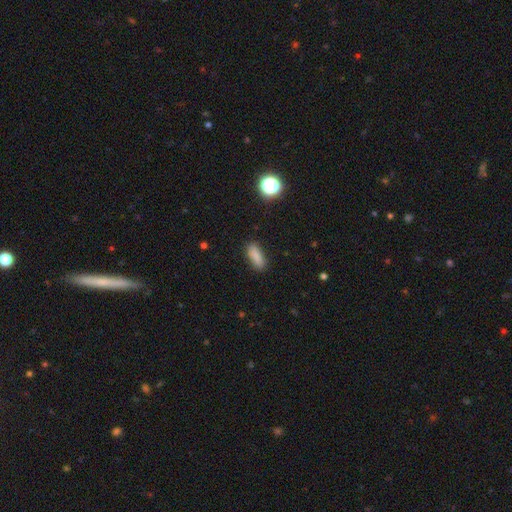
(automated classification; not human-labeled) Smooth or featured? Predicted: smooth (p=0.85). How rounded? Predicted: in between (p=0.63). Merging? Predicted: none (p=0.84).